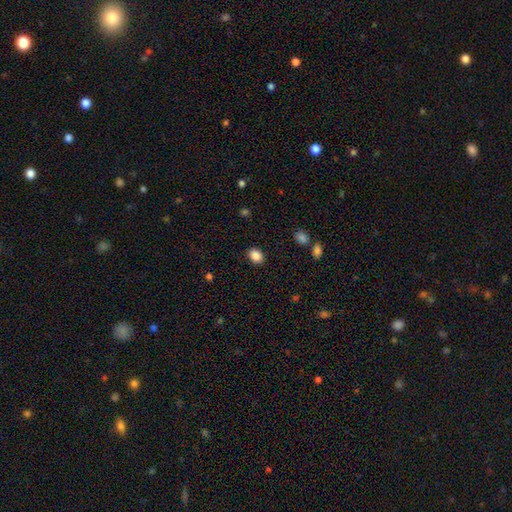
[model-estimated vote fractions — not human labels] Q: Smooth or featured?
A: smooth (87%); runner-up: star or artifact (9%)
Q: How rounded?
A: in between (62%); runner-up: round (37%)
Q: Merging?
A: none (89%); runner-up: minor disturbance (8%)